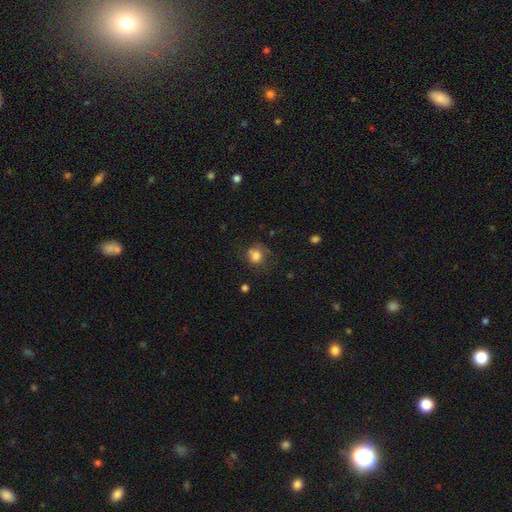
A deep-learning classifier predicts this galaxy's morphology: Overall: smooth (78%). How rounded: round (71%). Merging: none (55%; minor disturbance 25%).